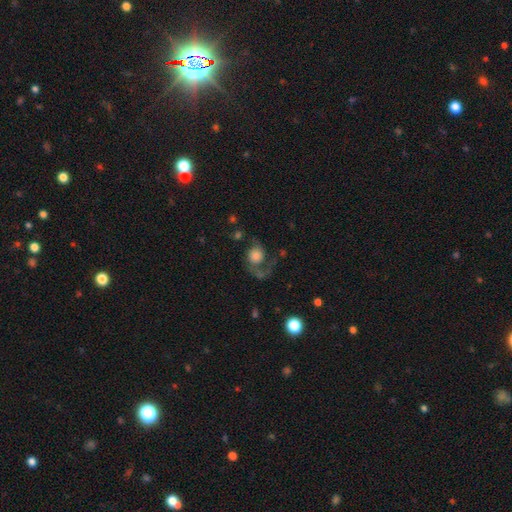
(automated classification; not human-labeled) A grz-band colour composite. It shows a featured or disk galaxy (49%). Merging: major disturbance (41%).